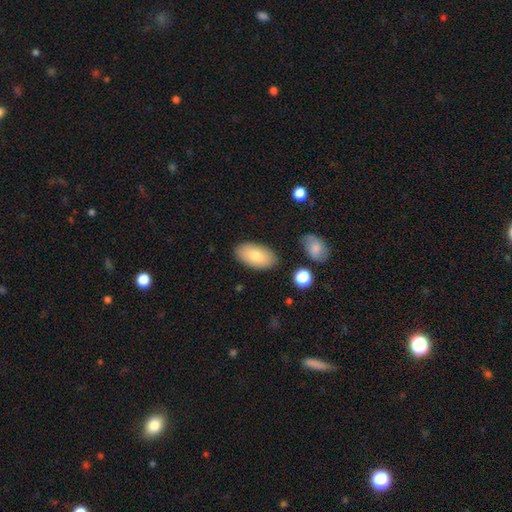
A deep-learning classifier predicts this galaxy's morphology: A smooth galaxy with no disk features (78%) that is in between round and cigar-shaped (95%).

Vote fractions:
- Smooth or featured? smooth: 78% / featured or disk: 16% / star or artifact: 6%
- How rounded? in between: 95% / round: 4% / cigar-shaped: 2%
- Merging? none: 85% / minor disturbance: 11% / major disturbance: 2% / merger: 2%